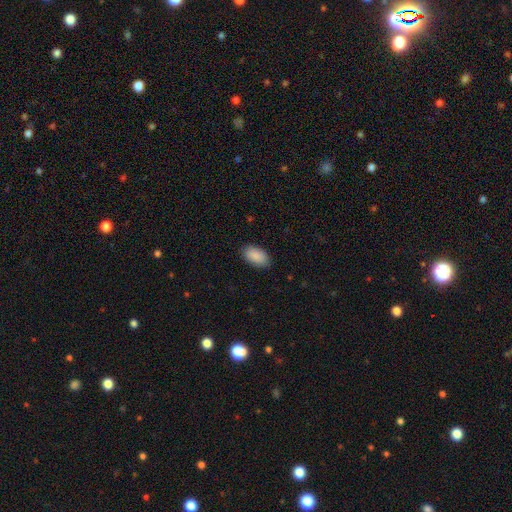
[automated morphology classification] smooth 90%, star or artifact 6%, featured or disk 4%. Down the decision tree: how rounded — in between (95%); merging — none (87%).